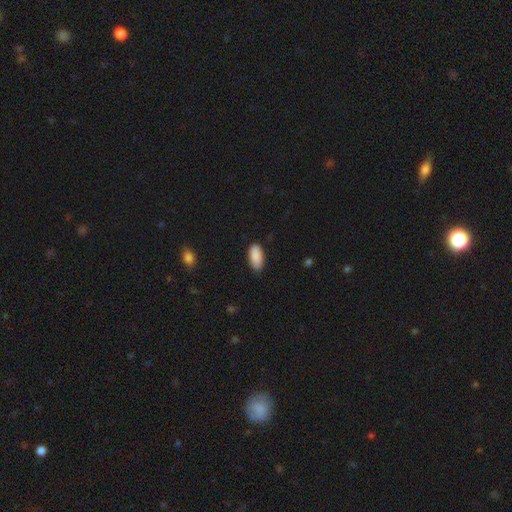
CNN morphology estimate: Overall: smooth (90%). How rounded: in between (92%). Merging: none (76%).